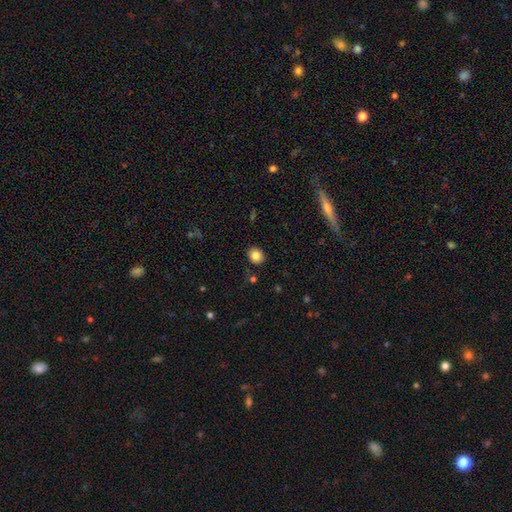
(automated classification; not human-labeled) Smooth or featured? Predicted: smooth (p=0.85). How rounded? Predicted: round (p=0.65). Merging? Predicted: none (p=0.88).